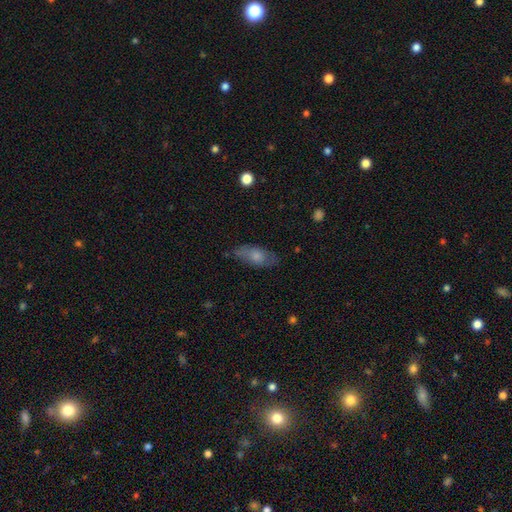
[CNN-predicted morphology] This is likely a smooth galaxy (64%). How rounded: clearly in between (81%). Merging: likely none (69%).